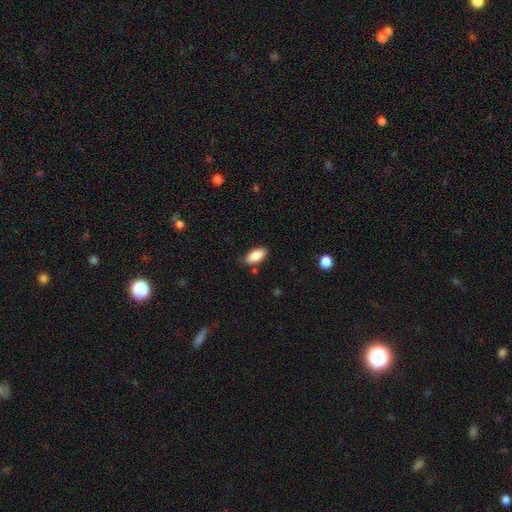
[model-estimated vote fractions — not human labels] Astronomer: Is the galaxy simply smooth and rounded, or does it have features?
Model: smooth — 85%.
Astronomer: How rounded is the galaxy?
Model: in between — 90%.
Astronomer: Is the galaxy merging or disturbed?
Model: none — 82%.